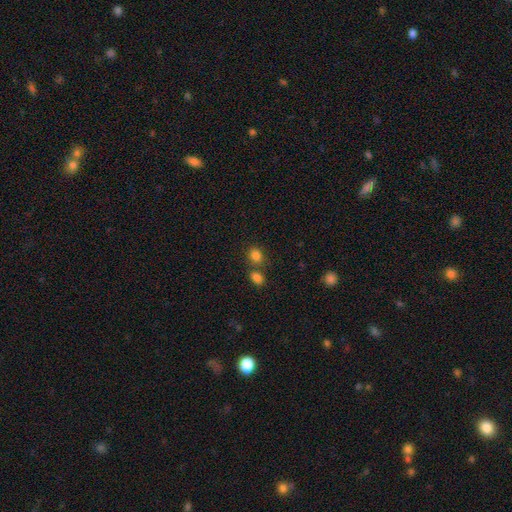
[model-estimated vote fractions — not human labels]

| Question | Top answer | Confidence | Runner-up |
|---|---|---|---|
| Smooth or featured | smooth | 83% | star or artifact (12%) |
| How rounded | in between | 51% | round (48%) |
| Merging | none | 57% | merger (29%) |